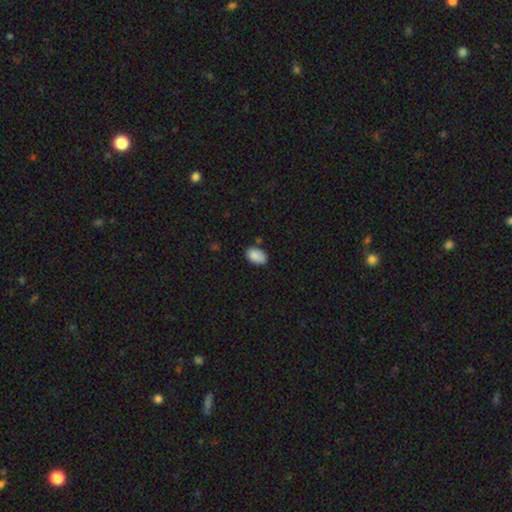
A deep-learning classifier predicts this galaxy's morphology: A smooth galaxy with no disk features (88%) that is in between round and cigar-shaped (89%). Merging: none (75%).